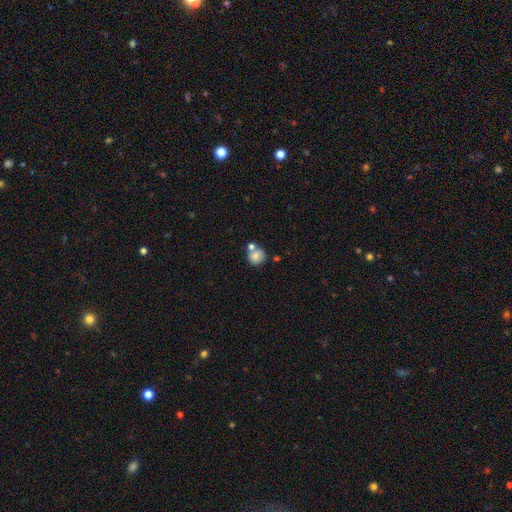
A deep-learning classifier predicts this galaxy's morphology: Q: Smooth or featured?
A: smooth (76%); runner-up: featured or disk (15%)
Q: How rounded?
A: round (85%); runner-up: in between (14%)
Q: Merging?
A: none (50%); runner-up: merger (34%)